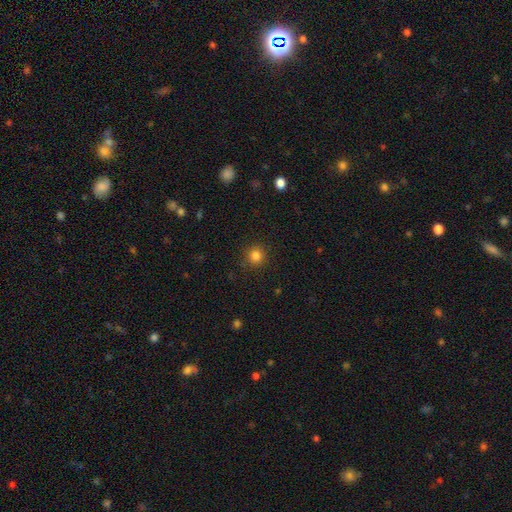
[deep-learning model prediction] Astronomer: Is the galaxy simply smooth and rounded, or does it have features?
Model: smooth — 83%.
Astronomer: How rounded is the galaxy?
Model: round — 93%.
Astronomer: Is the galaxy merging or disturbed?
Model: none — 90%.